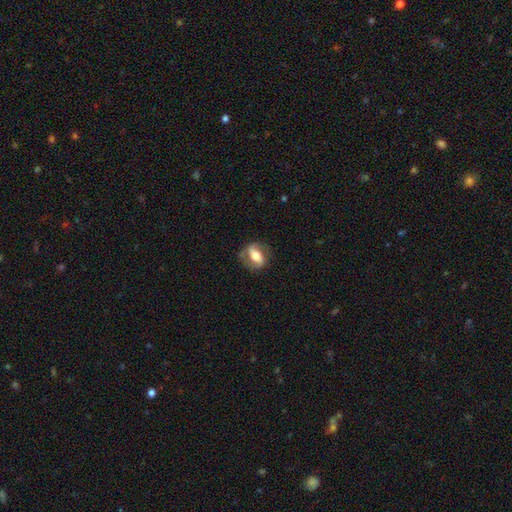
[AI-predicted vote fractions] Smooth or featured?
  - featured or disk: 58% *
  - smooth: 35%
  - star or artifact: 7%
Edge-on disk?
  - no: 90% *
  - yes: 10%
Bar?
  - strong: 47% *
  - weak: 28%
  - no: 25%
Spiral arms?
  - yes: 75% *
  - no: 25%
Bulge size?
  - moderate: 59% *
  - large: 22%
  - small: 14%
  - dominant: 3%
  - none: 2%
Merging?
  - none: 72% *
  - minor disturbance: 18%
  - major disturbance: 9%
  - merger: 1%